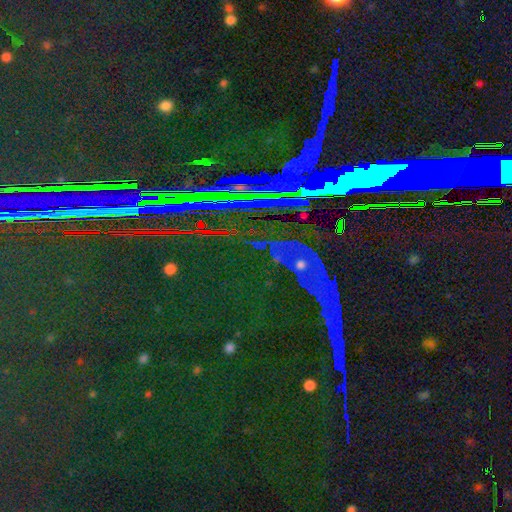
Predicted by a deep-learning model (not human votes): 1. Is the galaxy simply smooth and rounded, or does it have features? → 85% star or artifact, 8% featured or disk, 7% smooth.